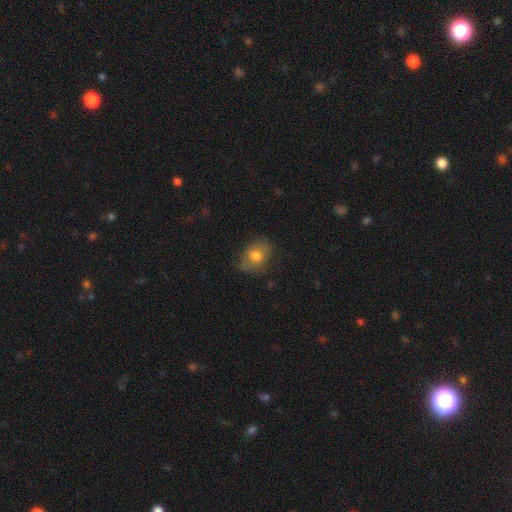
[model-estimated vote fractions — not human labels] Overall: smooth (70%). How rounded: in between (67%; round 32%). Merging: none (72%).